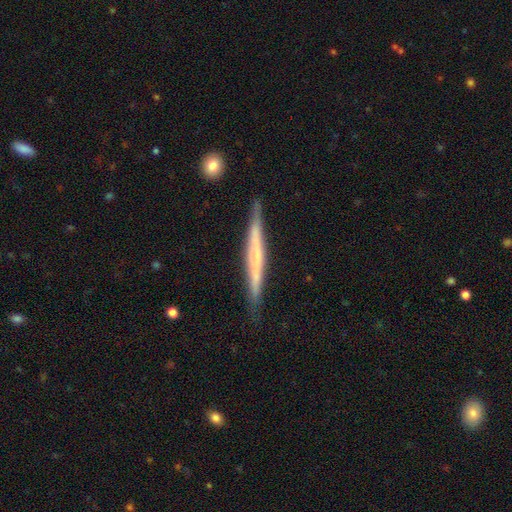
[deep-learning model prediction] A featured or disk galaxy (59%) viewed edge-on (97%) with no central bulge (73%). Merging: none (85%).